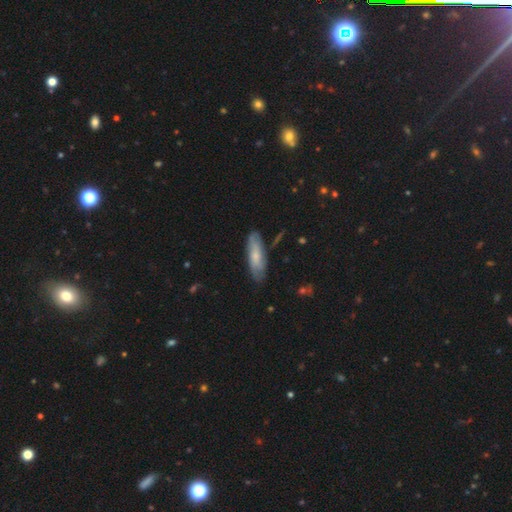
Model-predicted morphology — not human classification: Smooth or featured? smooth (55%)
How rounded? in between (54%)
Merging? none (75%)